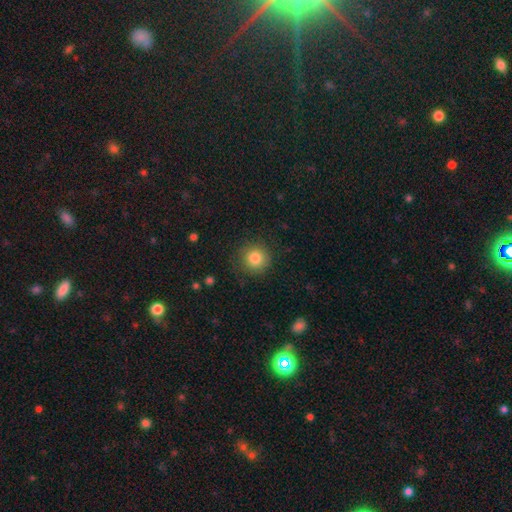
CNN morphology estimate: Smooth or featured?
  - smooth: 83% *
  - star or artifact: 11%
  - featured or disk: 6%
How rounded?
  - round: 94% *
  - in between: 6%
  - cigar-shaped: 1%
Merging?
  - none: 87% *
  - minor disturbance: 8%
  - major disturbance: 3%
  - merger: 1%